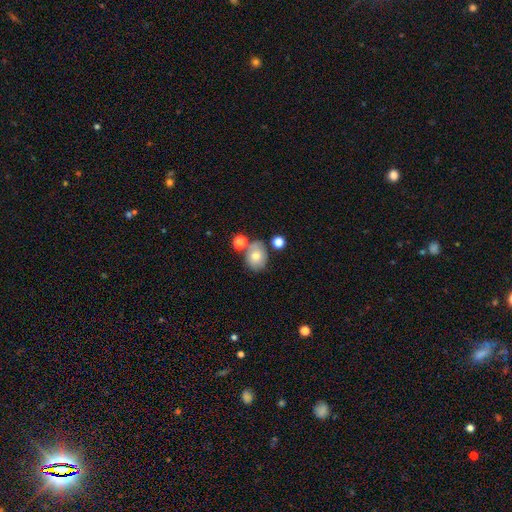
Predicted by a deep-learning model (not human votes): smooth-or-featured: smooth: 69% | featured or disk: 21% | star or artifact: 10%
  how-rounded: in between: 57% | round: 42% | cigar-shaped: 1%
  merging: none: 59% | merger: 18% | minor disturbance: 17% | major disturbance: 6%